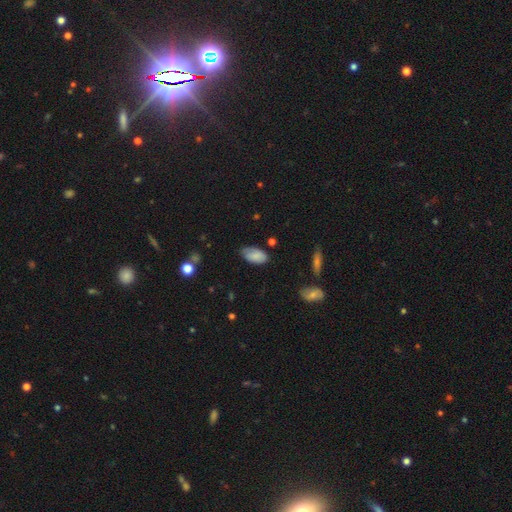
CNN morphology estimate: smooth_or_featured: smooth (p=0.82) [alt: featured or disk p=0.11]
how_rounded: in between (p=0.94) [alt: round p=0.03]
merging: none (p=0.68) [alt: minor disturbance p=0.25]